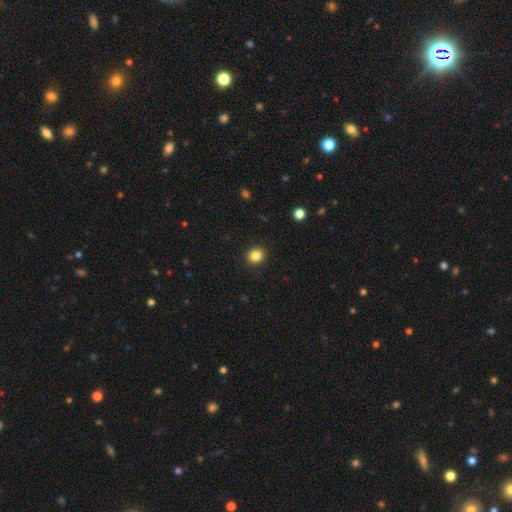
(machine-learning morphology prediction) smooth 85%, star or artifact 11%, featured or disk 5%. Down the decision tree: how rounded — round (70%); merging — none (91%).